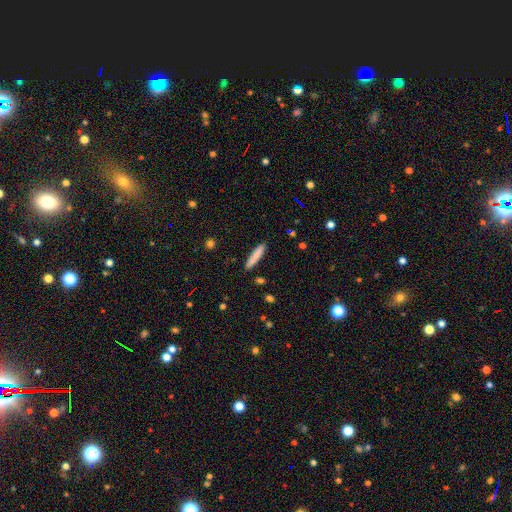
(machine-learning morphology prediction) Overall: smooth (82%). How rounded: cigar-shaped (89%). Merging: none (87%).